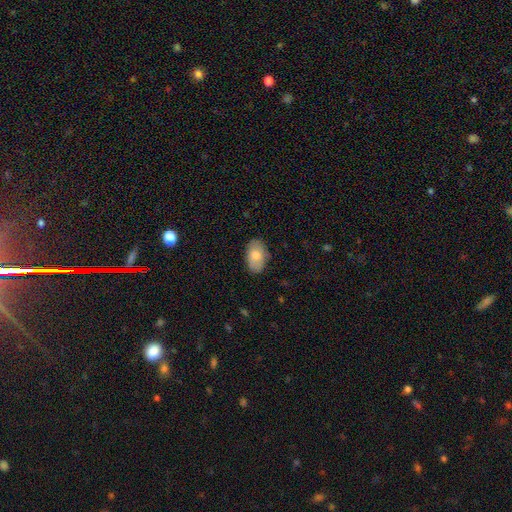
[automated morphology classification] Smooth or featured? smooth (77%)
How rounded? in between (92%)
Merging? none (80%)